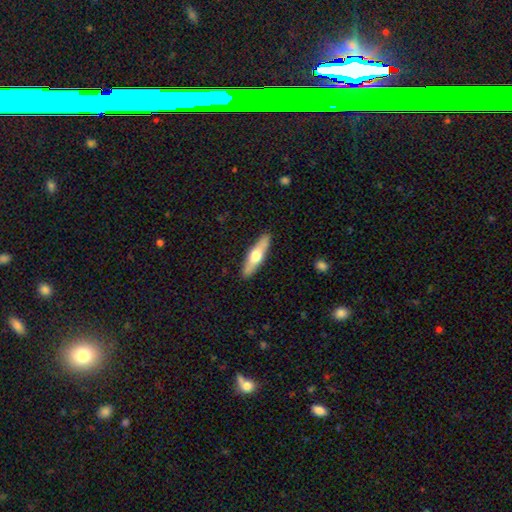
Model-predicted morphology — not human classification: This is possibly a smooth galaxy (52%). How rounded: likely cigar-shaped (71%). Merging: clearly none (90%).